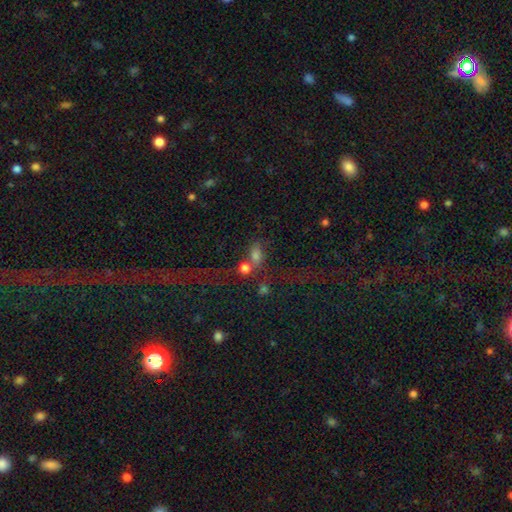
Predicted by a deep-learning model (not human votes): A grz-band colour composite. It shows a smooth galaxy with no disk features (60%) that is in between round and cigar-shaped (63%). Merging: none (38%).